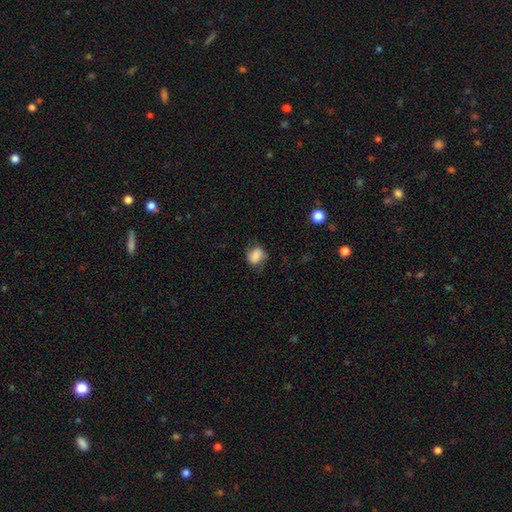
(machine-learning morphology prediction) smooth 72%, featured or disk 19%, star or artifact 9%. Down the decision tree: how rounded — in between (54%); merging — none (56%).